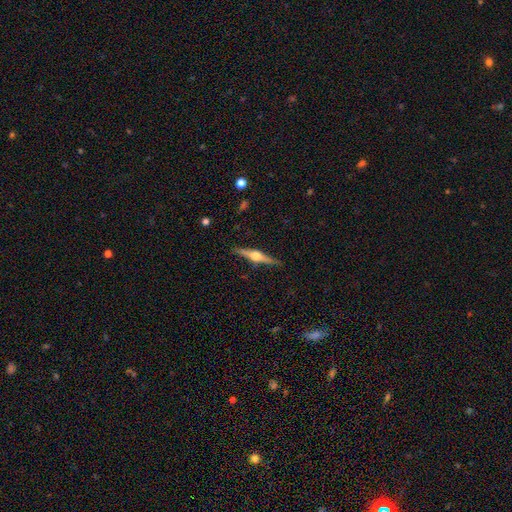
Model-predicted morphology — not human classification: A featured or disk galaxy (75%) viewed edge-on (98%) with a rounded central bulge (93%). Merging: none (89%).